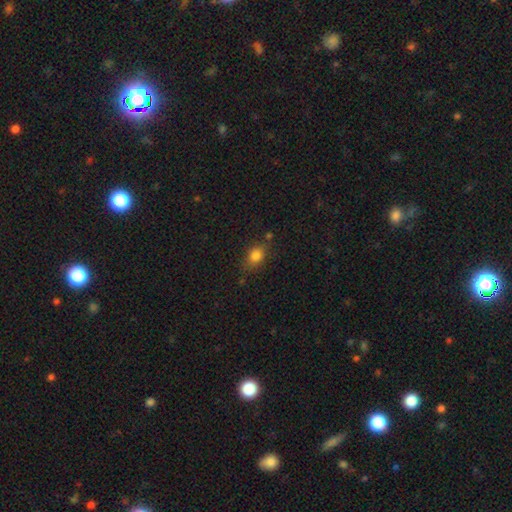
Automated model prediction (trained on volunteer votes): This is likely a smooth galaxy (80%). How rounded: likely in between (64%). Merging: likely none (70%).